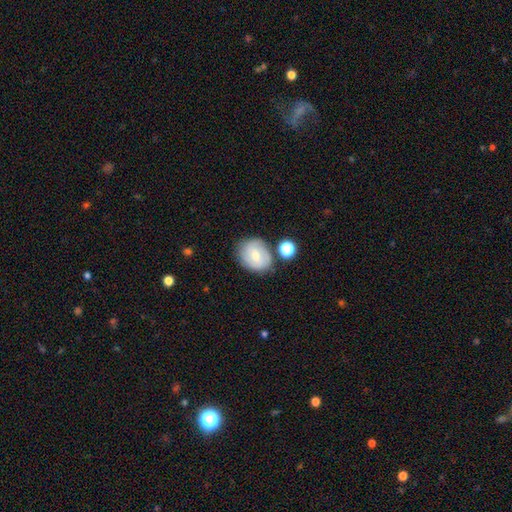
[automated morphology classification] The model was most divided on "how rounded": round: 57%, in between: 42%, cigar-shaped: 1%. More confident: merging — none (66%); smooth or featured — smooth (56%).